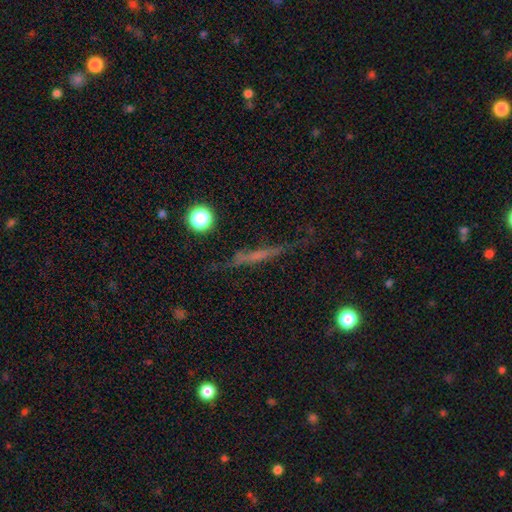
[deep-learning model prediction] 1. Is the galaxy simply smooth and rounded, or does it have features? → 47% featured or disk, 37% smooth, 15% star or artifact.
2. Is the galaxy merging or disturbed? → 73% none, 17% minor disturbance, 7% major disturbance, 3% merger.